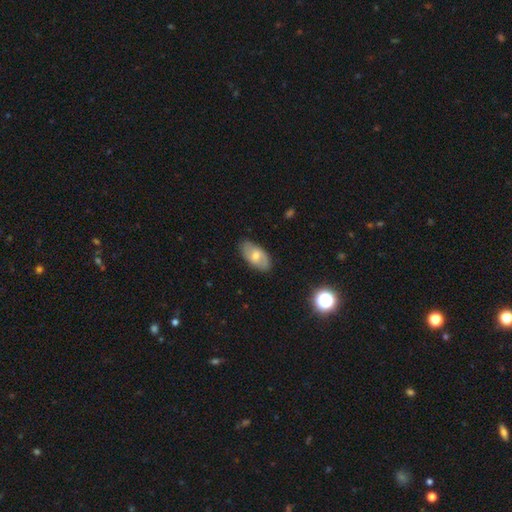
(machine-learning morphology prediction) Smooth or featured: smooth — 55% (featured or disk — 37%)
How rounded: in between — 92% (round — 5%)
Merging: none — 83% (minor disturbance — 13%)